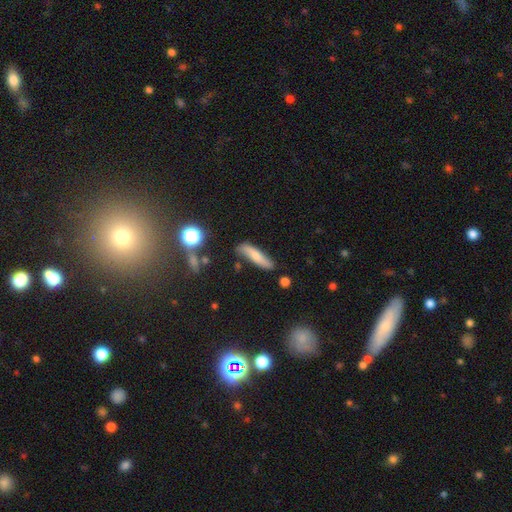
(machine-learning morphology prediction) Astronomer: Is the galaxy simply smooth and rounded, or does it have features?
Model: smooth — 68%.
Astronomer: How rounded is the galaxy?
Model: cigar-shaped — 77%.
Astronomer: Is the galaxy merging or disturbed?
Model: none — 74%.